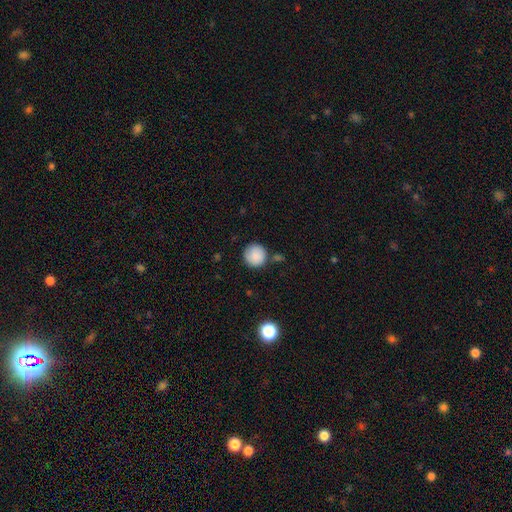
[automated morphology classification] Smooth or featured?
  - smooth: 87% *
  - star or artifact: 8%
  - featured or disk: 5%
How rounded?
  - round: 95% *
  - in between: 4%
  - cigar-shaped: 1%
Merging?
  - none: 81% *
  - minor disturbance: 11%
  - merger: 5%
  - major disturbance: 3%